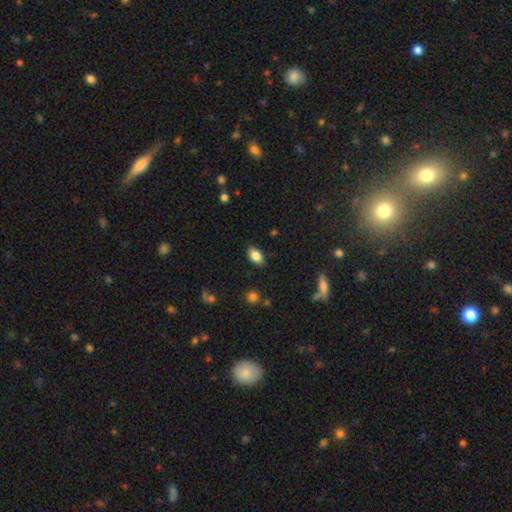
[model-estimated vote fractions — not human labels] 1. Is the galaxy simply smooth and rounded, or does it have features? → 84% smooth, 9% star or artifact, 8% featured or disk.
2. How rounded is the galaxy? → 89% in between, 9% round, 3% cigar-shaped.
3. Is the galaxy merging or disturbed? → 84% none, 12% minor disturbance, 3% major disturbance, 1% merger.